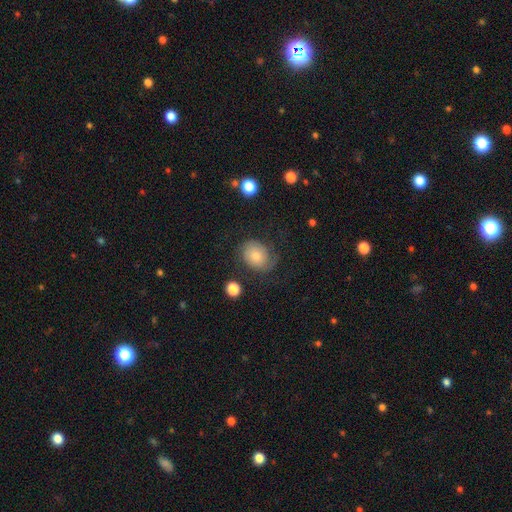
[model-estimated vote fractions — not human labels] Q: Smooth or featured?
A: smooth (54%); runner-up: featured or disk (35%)
Q: How rounded?
A: in between (52%); runner-up: round (47%)
Q: Merging?
A: none (63%); runner-up: minor disturbance (21%)